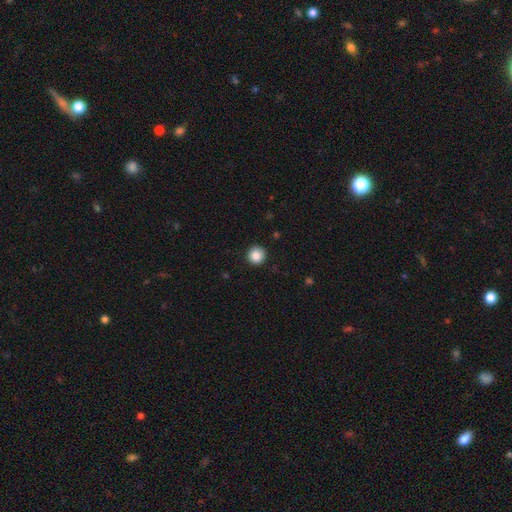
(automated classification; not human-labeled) This appears to be a smooth galaxy with no disk features (86%) that is round (94%). Merging: none (91%).